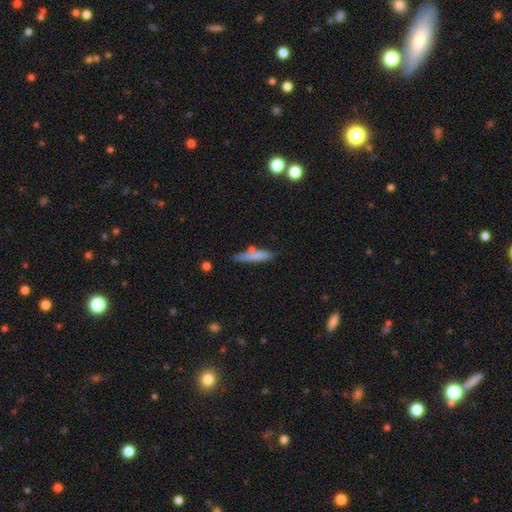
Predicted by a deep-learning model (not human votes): A smooth galaxy with no disk features (74%) that is cigar-shaped (87%).

Vote fractions:
- Smooth or featured? smooth: 74% / featured or disk: 19% / star or artifact: 7%
- How rounded? cigar-shaped: 87% / in between: 12% / round: 2%
- Merging? none: 66% / minor disturbance: 19% / merger: 10% / major disturbance: 5%